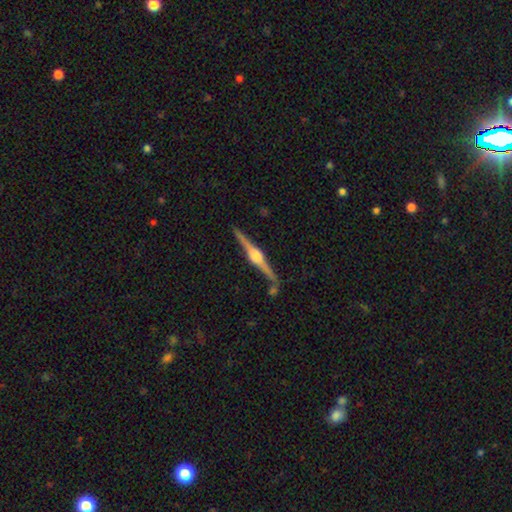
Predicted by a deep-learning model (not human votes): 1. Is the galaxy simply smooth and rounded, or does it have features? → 87% featured or disk, 7% smooth, 6% star or artifact.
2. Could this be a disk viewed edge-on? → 98% yes, 2% no.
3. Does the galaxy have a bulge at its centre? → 91% rounded, 7% boxy, 2% none.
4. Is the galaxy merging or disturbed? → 85% none, 9% minor disturbance, 3% merger, 2% major disturbance.